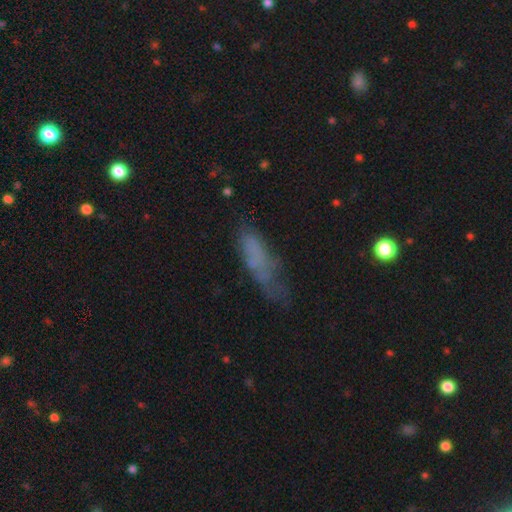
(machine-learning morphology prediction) smooth-or-featured: smooth: 60% | featured or disk: 26% | star or artifact: 14%
  how-rounded: cigar-shaped: 55% | in between: 42% | round: 3%
  merging: none: 43% | minor disturbance: 30% | major disturbance: 23% | merger: 4%